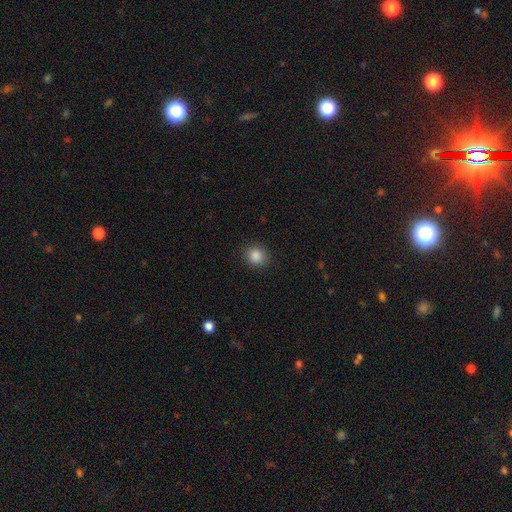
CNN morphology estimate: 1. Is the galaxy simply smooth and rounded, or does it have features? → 87% smooth, 10% star or artifact, 3% featured or disk.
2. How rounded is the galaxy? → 81% round, 18% in between, 1% cigar-shaped.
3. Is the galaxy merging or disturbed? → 89% none, 8% minor disturbance, 2% major disturbance, 1% merger.